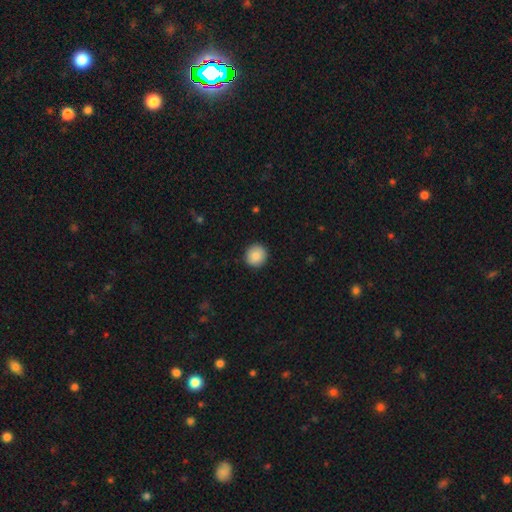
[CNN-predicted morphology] type=smooth (88%); roundness=round (91%); merging=none (92%).